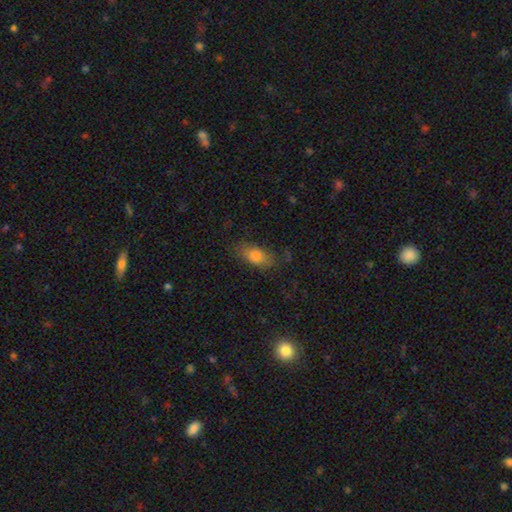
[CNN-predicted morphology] smooth-or-featured: smooth: 77% | featured or disk: 13% | star or artifact: 10%
  how-rounded: in between: 83% | cigar-shaped: 10% | round: 7%
  merging: none: 72% | minor disturbance: 19% | major disturbance: 7% | merger: 2%